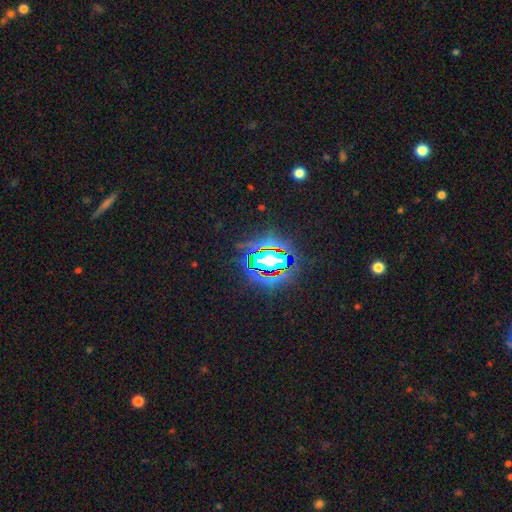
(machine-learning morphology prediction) smooth_or_featured: star or artifact (p=0.84) [alt: smooth p=0.10]